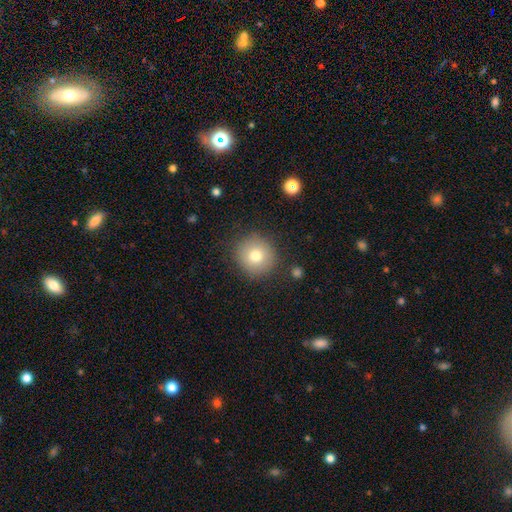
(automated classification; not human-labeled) A smooth galaxy with no disk features (75%) that is round (94%).

Vote fractions:
- Smooth or featured? smooth: 75% / featured or disk: 13% / star or artifact: 11%
- How rounded? round: 94% / in between: 6% / cigar-shaped: 1%
- Merging? none: 87% / minor disturbance: 8% / major disturbance: 3% / merger: 2%